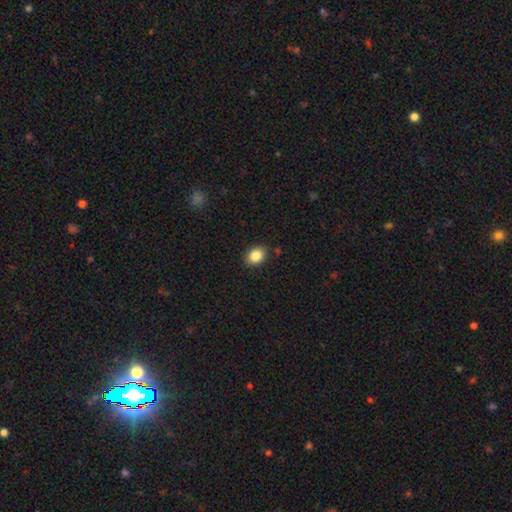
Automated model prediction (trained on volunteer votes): Smooth or featured? Predicted: smooth (p=0.86). How rounded? Predicted: in between (p=0.58). Merging? Predicted: none (p=0.88).